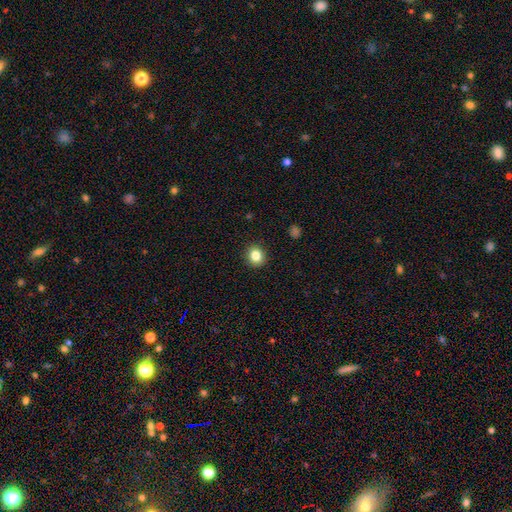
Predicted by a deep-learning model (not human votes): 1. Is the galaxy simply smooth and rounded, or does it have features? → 84% smooth, 11% star or artifact, 6% featured or disk.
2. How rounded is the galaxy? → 77% round, 23% in between, 1% cigar-shaped.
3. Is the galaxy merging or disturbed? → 91% none, 6% minor disturbance, 2% major disturbance, 1% merger.